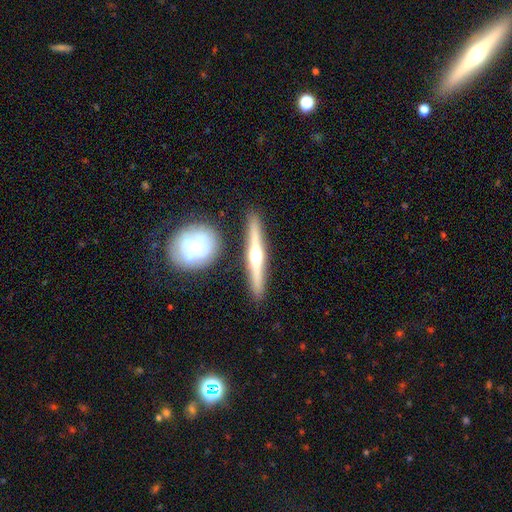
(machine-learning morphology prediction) This is likely a featured or disk galaxy (74%). It is clearly viewed edge-on (97%). Edge-on bulge: clearly rounded (94%). Merging: clearly none (89%).